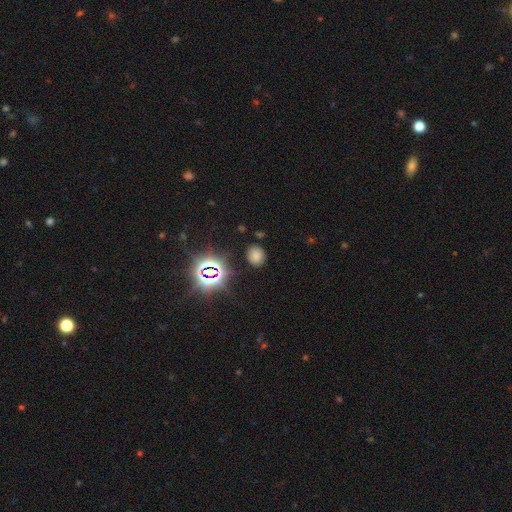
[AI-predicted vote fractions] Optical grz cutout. It shows a smooth galaxy with no disk features (67%) that is round (63%). Merging: none (84%).